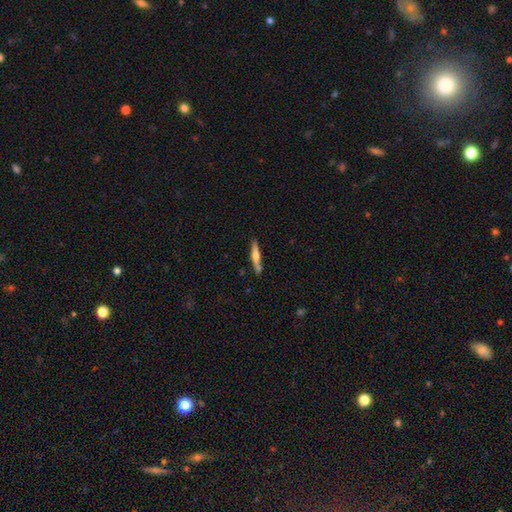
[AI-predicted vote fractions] A featured or disk galaxy (49%). Merging: none (77%).